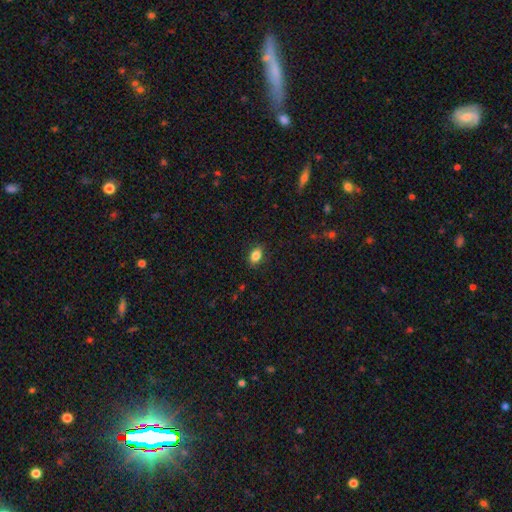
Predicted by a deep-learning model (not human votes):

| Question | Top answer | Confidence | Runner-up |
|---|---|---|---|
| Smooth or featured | smooth | 84% | star or artifact (9%) |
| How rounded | in between | 81% | round (17%) |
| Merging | none | 86% | minor disturbance (11%) |